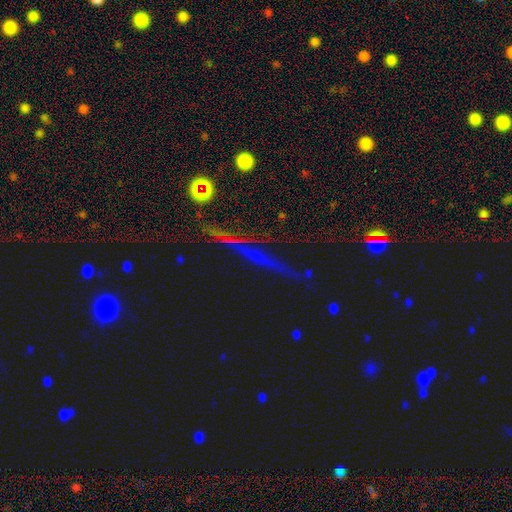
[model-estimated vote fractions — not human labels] The model was most divided on "smooth or featured": star or artifact: 72%, featured or disk: 15%, smooth: 13%.